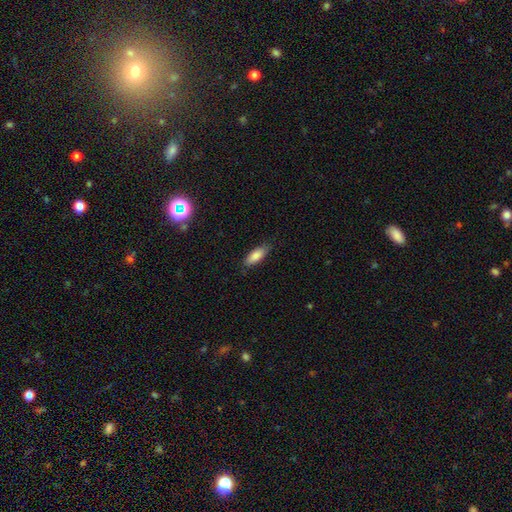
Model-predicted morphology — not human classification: The model was most divided on "how rounded": in between: 73%, cigar-shaped: 25%, round: 2%. More confident: smooth or featured — smooth (84%); merging — none (81%).